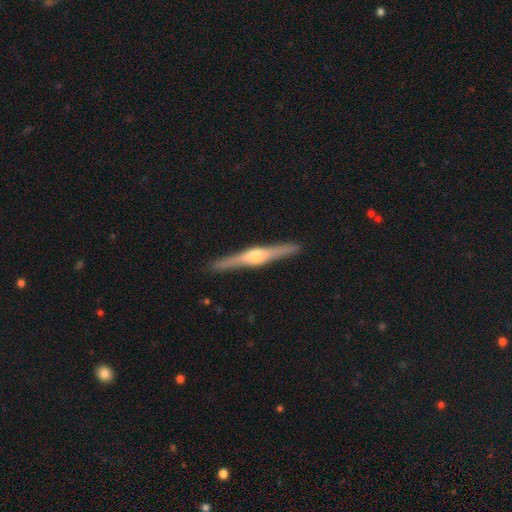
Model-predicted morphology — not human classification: A featured or disk galaxy (80%) viewed edge-on (98%) with a rounded central bulge (91%). Merging: none (92%).